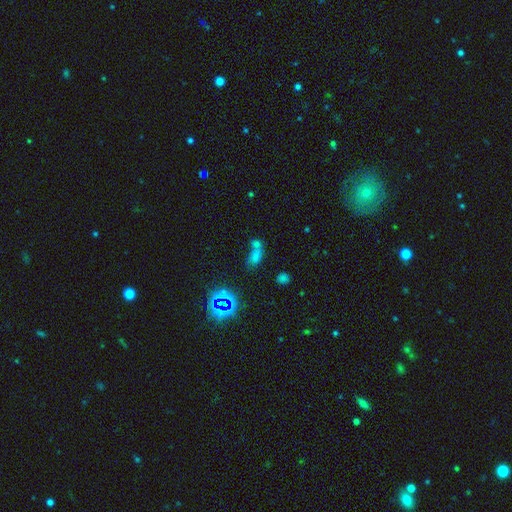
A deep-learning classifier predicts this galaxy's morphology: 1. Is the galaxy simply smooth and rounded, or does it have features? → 61% smooth, 28% star or artifact, 11% featured or disk.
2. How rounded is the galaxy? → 75% in between, 19% round, 6% cigar-shaped.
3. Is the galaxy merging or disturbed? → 54% merger, 31% none, 9% minor disturbance, 6% major disturbance.